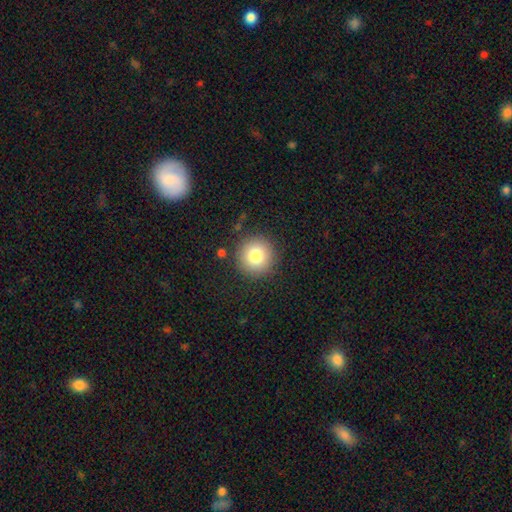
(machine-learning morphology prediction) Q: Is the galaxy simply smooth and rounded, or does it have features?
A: smooth — 82%.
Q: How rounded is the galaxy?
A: round — 95%.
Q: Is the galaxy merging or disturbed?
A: none — 88%.